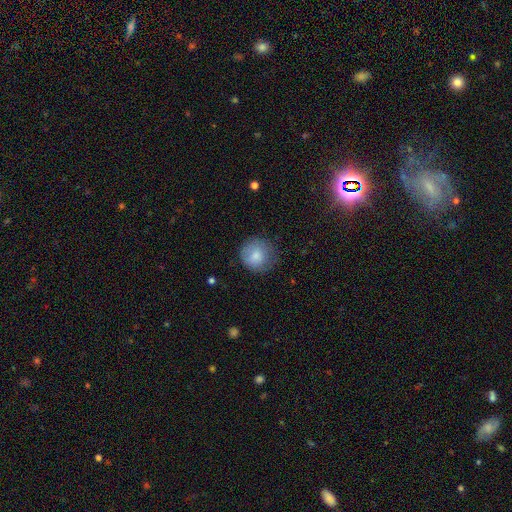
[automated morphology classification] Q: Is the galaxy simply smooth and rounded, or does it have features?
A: smooth — 82%.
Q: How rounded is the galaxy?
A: round — 91%.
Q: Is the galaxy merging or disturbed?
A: none — 71%.